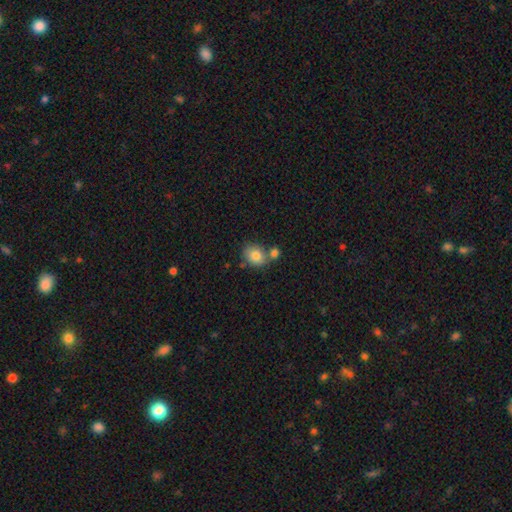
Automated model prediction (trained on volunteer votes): A smooth galaxy with no disk features (81%) that is round (62%). Merging: none (55%).